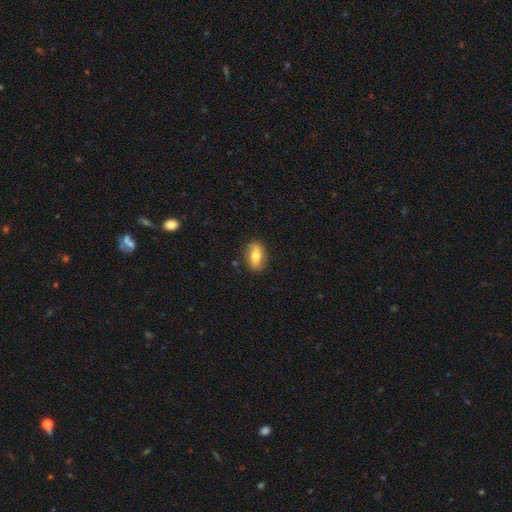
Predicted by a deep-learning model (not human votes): A smooth galaxy with no disk features (76%) that is in between round and cigar-shaped (84%).

Vote fractions:
- Smooth or featured? smooth: 76% / featured or disk: 17% / star or artifact: 7%
- How rounded? in between: 84% / round: 8% / cigar-shaped: 8%
- Merging? none: 85% / minor disturbance: 11% / major disturbance: 2% / merger: 1%